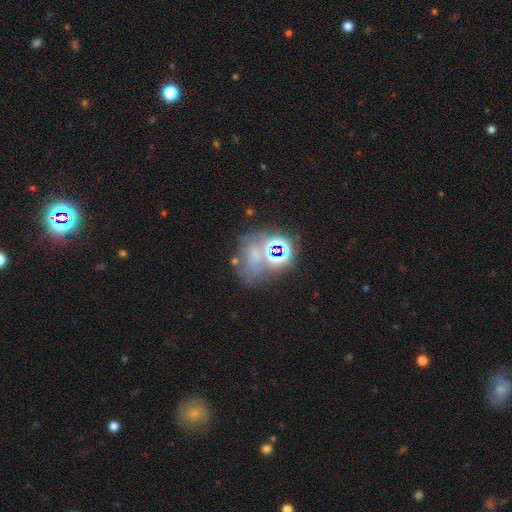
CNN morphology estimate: The model was most divided on "smooth or featured": star or artifact: 42%, smooth: 31%, featured or disk: 27%.